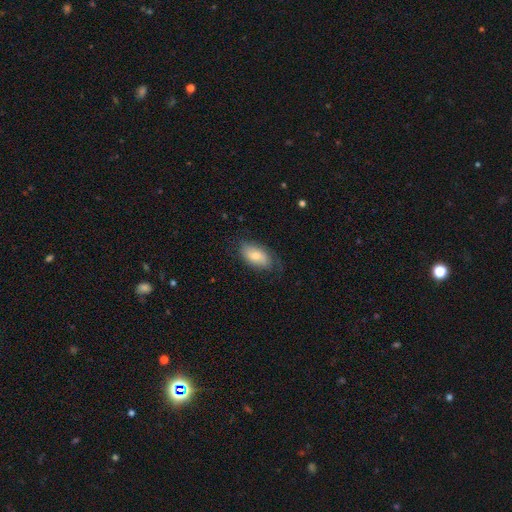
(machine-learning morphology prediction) smooth 70%, featured or disk 24%, star or artifact 7%. Down the decision tree: how rounded — in between (93%); merging — none (69%).